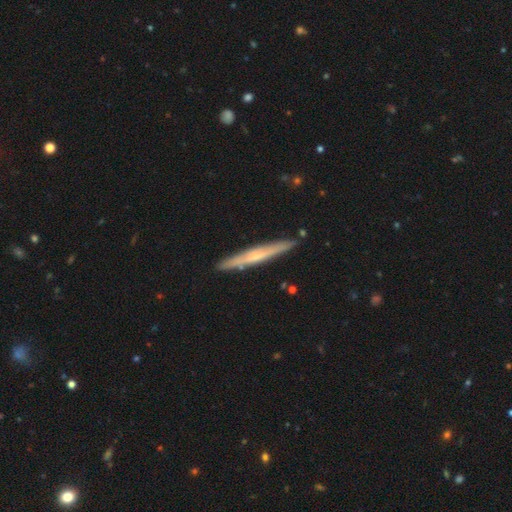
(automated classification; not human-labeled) This appears to be a featured or disk galaxy (56%) viewed edge-on (94%) with no central bulge (55%). Merging: none (88%).